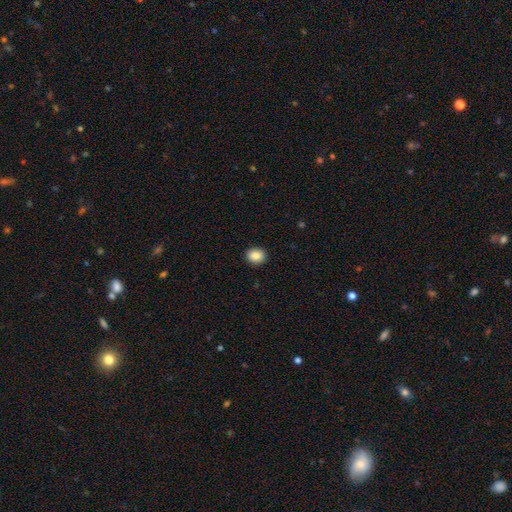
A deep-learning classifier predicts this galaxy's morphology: smooth-or-featured: smooth: 86% | star or artifact: 9% | featured or disk: 5%
  how-rounded: round: 72% | in between: 27% | cigar-shaped: 1%
  merging: none: 92% | minor disturbance: 5% | major disturbance: 2% | merger: 1%